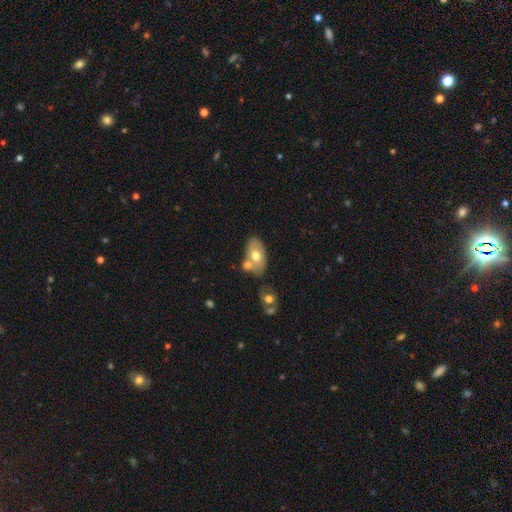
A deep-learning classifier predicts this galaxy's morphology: Q: Smooth or featured?
A: smooth (61%); runner-up: featured or disk (32%)
Q: How rounded?
A: in between (90%); runner-up: round (8%)
Q: Merging?
A: none (49%); runner-up: merger (32%)